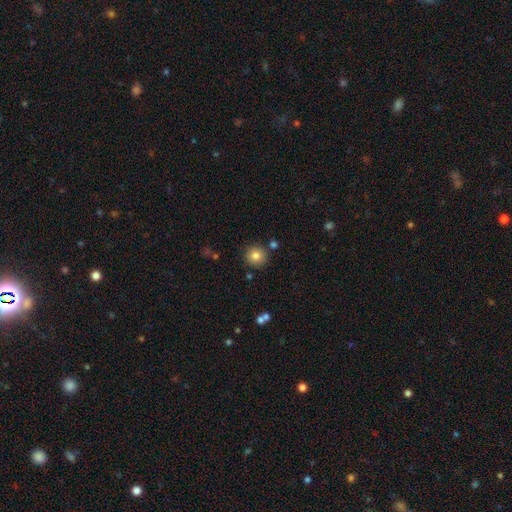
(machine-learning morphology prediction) smooth-or-featured: smooth: 81% | star or artifact: 11% | featured or disk: 8%
  how-rounded: round: 94% | in between: 5% | cigar-shaped: 1%
  merging: none: 86% | minor disturbance: 7% | merger: 5% | major disturbance: 2%